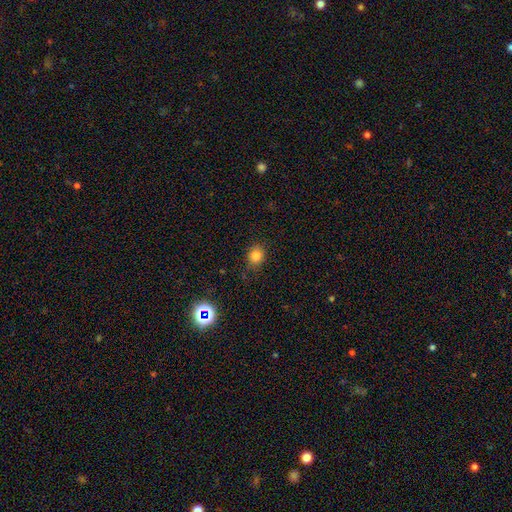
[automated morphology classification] This is clearly a smooth galaxy (82%). How rounded: likely round (70%). Merging: clearly none (82%).